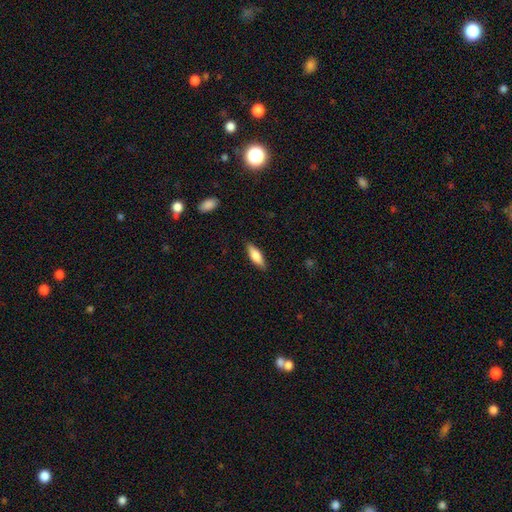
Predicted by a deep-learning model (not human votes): Smooth or featured?
  - smooth: 70% *
  - featured or disk: 24%
  - star or artifact: 6%
How rounded?
  - in between: 51% *
  - cigar-shaped: 47%
  - round: 2%
Merging?
  - none: 87% *
  - minor disturbance: 9%
  - major disturbance: 2%
  - merger: 1%